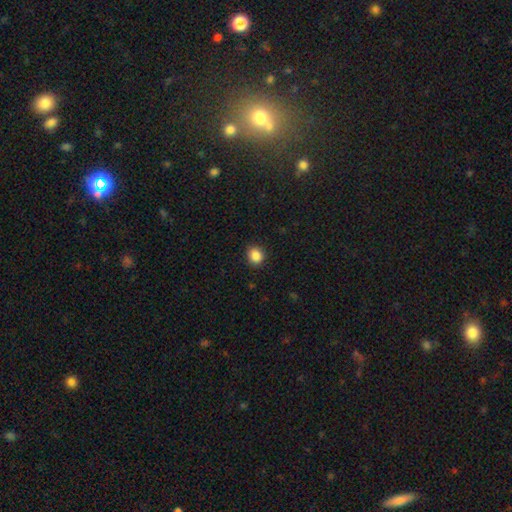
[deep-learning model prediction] This appears to be a smooth galaxy with no disk features (87%) that is round (77%). Merging: none (88%).